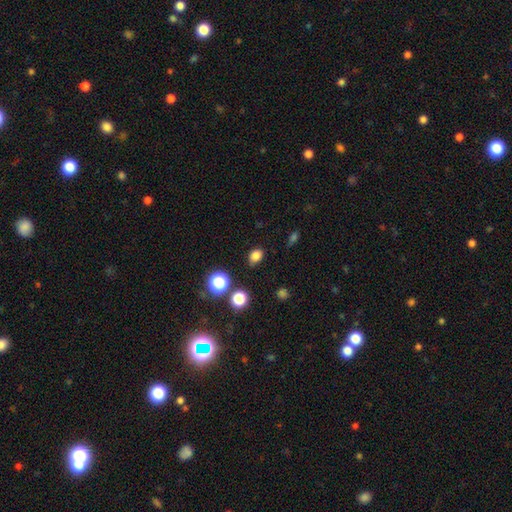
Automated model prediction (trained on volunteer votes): The model was most divided on "how rounded": in between: 64%, round: 34%, cigar-shaped: 1%. More confident: merging — none (81%); smooth or featured — smooth (80%).